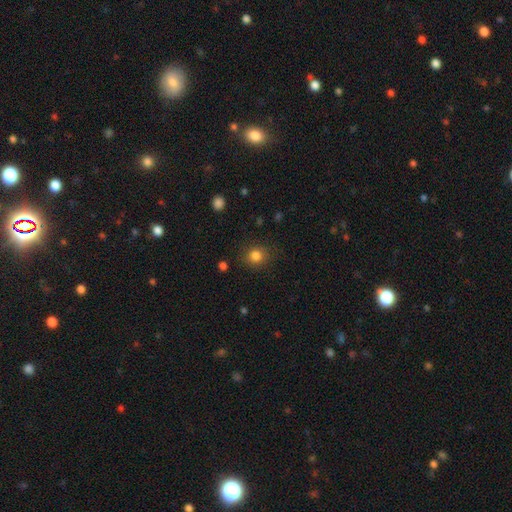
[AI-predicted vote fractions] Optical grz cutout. It shows a smooth galaxy with no disk features (83%) that is round (81%). Merging: none (85%).